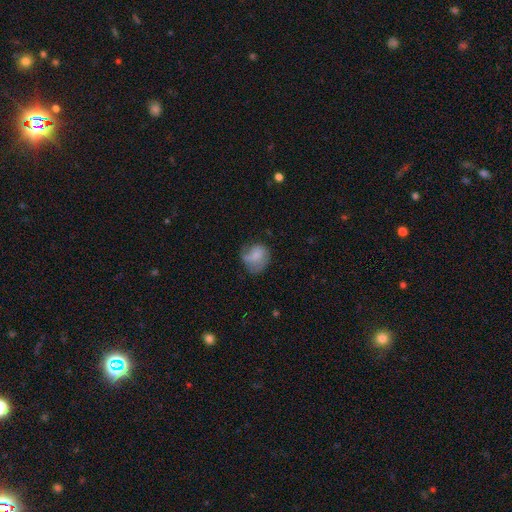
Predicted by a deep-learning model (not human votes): Smooth or featured?
  - smooth: 65% *
  - featured or disk: 26%
  - star or artifact: 9%
How rounded?
  - round: 58% *
  - in between: 41%
  - cigar-shaped: 1%
Merging?
  - none: 43% *
  - minor disturbance: 30%
  - major disturbance: 25%
  - merger: 2%